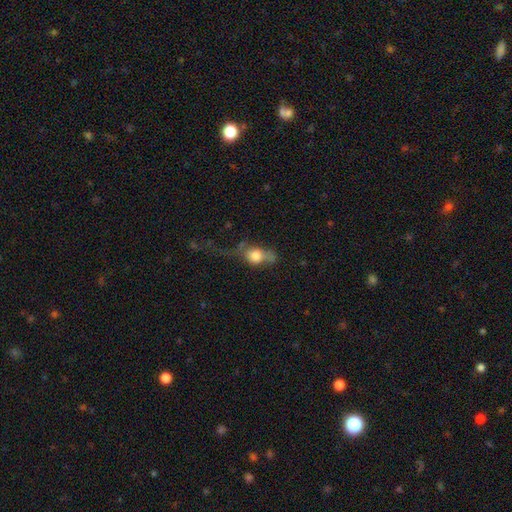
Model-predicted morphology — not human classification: Smooth or featured? smooth (65%)
How rounded? in between (53%)
Merging? major disturbance (45%)